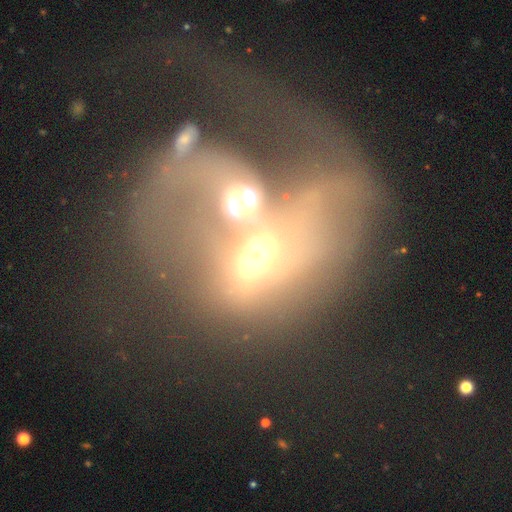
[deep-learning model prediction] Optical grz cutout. It shows a smooth galaxy with no disk features (44%). Merging: merger (62%).